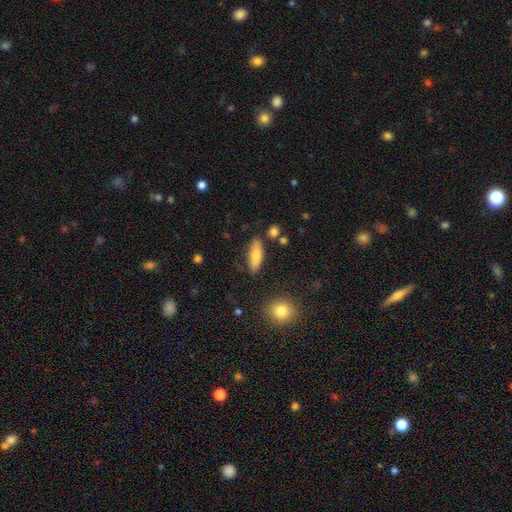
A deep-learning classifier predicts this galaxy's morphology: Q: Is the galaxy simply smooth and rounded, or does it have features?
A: smooth — 80%.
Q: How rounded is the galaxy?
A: in between — 57%.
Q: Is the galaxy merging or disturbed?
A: none — 80%.